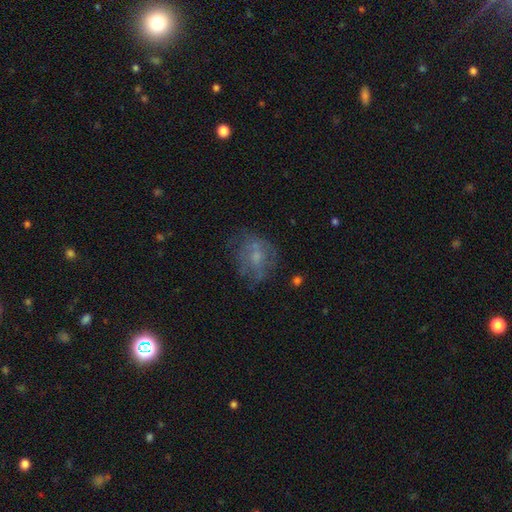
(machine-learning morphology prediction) Overall: featured or disk (46%; smooth 40%). Merging: none (57%; minor disturbance 22%).